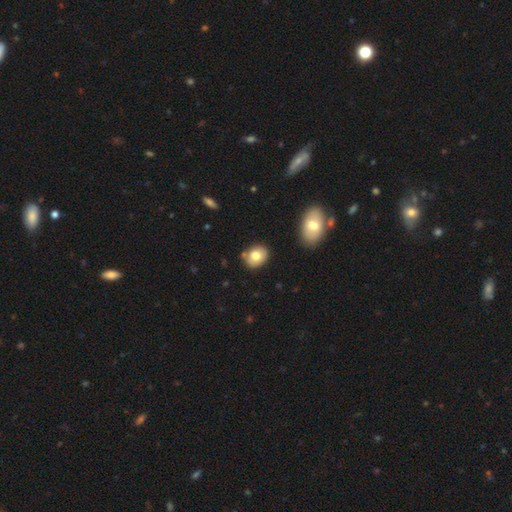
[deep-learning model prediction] Smooth or featured? Predicted: smooth (p=0.77). How rounded? Predicted: in between (p=0.57). Merging? Predicted: none (p=0.81).